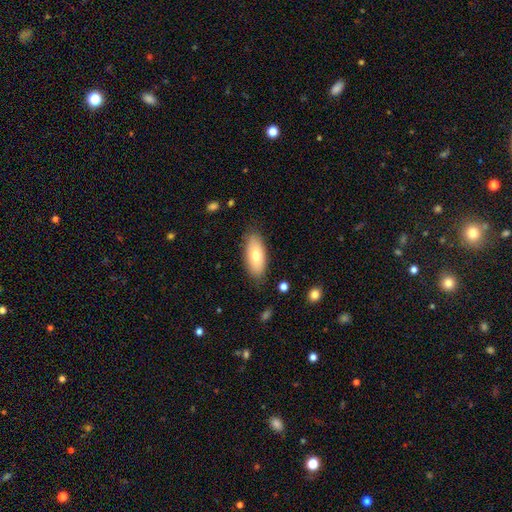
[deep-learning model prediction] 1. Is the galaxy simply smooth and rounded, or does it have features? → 74% smooth, 20% featured or disk, 6% star or artifact.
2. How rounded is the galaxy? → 87% in between, 11% cigar-shaped, 2% round.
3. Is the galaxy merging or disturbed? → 82% none, 13% minor disturbance, 3% major disturbance, 1% merger.